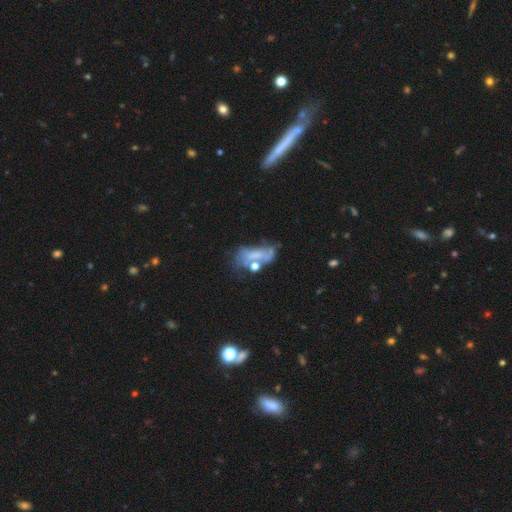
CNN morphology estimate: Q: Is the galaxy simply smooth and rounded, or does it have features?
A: featured or disk — 48%.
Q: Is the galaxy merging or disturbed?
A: major disturbance — 31%.